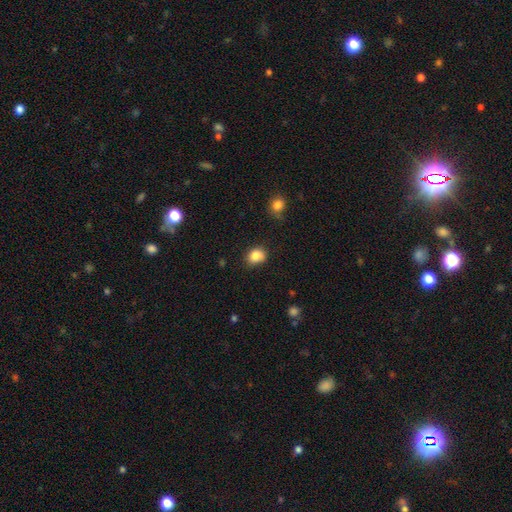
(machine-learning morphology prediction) A smooth galaxy with no disk features (84%) that is round (56%).

Vote fractions:
- Smooth or featured? smooth: 84% / star or artifact: 10% / featured or disk: 6%
- How rounded? round: 56% / in between: 44% / cigar-shaped: 1%
- Merging? none: 75% / minor disturbance: 19% / major disturbance: 4% / merger: 2%